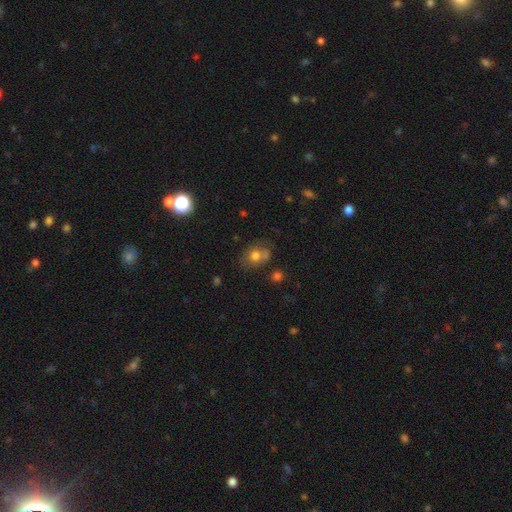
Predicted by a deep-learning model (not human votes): Smooth or featured?
  - smooth: 72% *
  - featured or disk: 16%
  - star or artifact: 12%
How rounded?
  - in between: 52% *
  - round: 46%
  - cigar-shaped: 1%
Merging?
  - none: 53% *
  - minor disturbance: 21%
  - merger: 18%
  - major disturbance: 8%